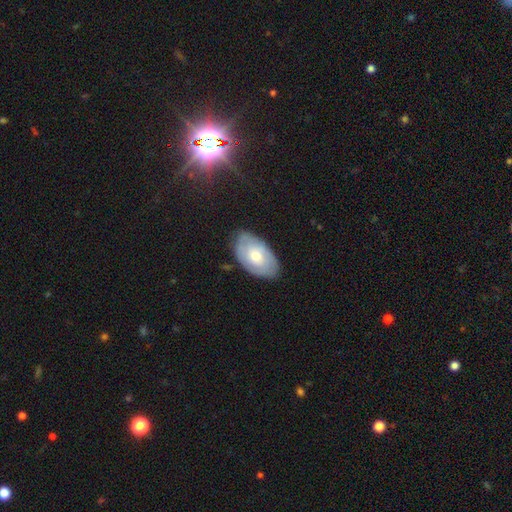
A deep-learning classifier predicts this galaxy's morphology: Smooth or featured?
  - smooth: 49% *
  - featured or disk: 45%
  - star or artifact: 6%
Merging?
  - none: 77% *
  - minor disturbance: 17%
  - major disturbance: 4%
  - merger: 1%